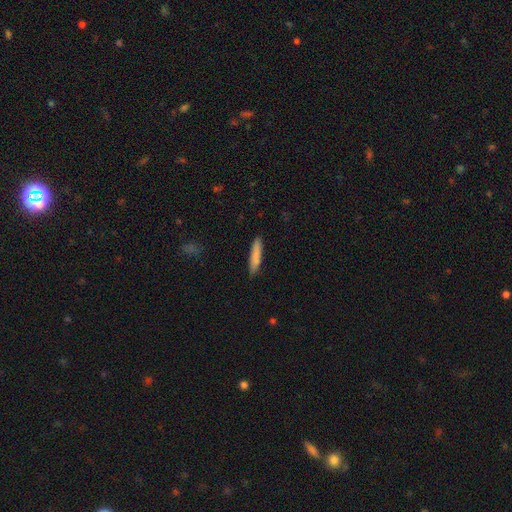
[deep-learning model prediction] smooth_or_featured: smooth (p=0.83) [alt: featured or disk p=0.11]
how_rounded: cigar-shaped (p=0.87) [alt: in between p=0.12]
merging: none (p=0.86) [alt: minor disturbance p=0.11]